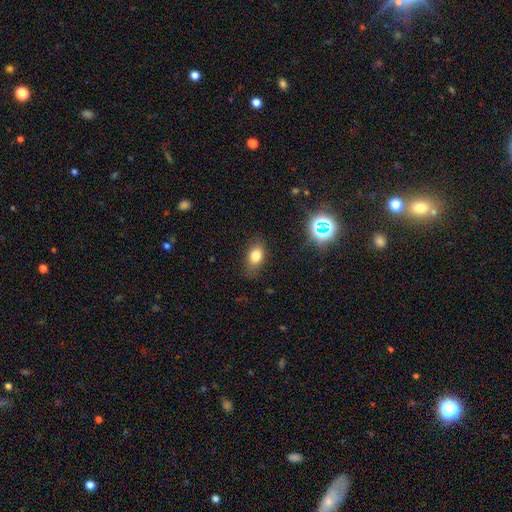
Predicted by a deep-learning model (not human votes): A smooth galaxy with no disk features (77%) that is in between round and cigar-shaped (81%).

Vote fractions:
- Smooth or featured? smooth: 77% / star or artifact: 12% / featured or disk: 11%
- How rounded? in between: 81% / round: 16% / cigar-shaped: 3%
- Merging? none: 77% / minor disturbance: 17% / major disturbance: 5% / merger: 1%